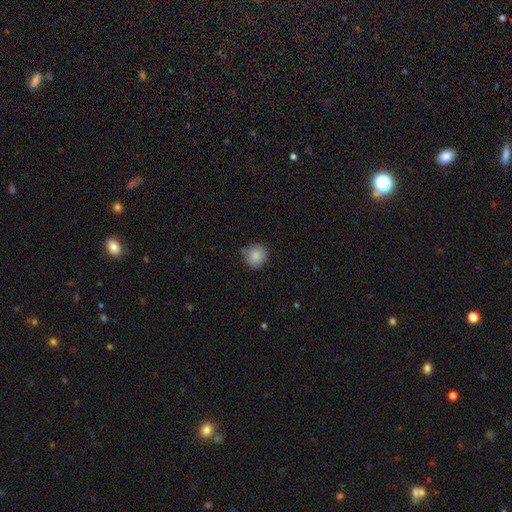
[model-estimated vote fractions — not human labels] Overall: smooth (87%). How rounded: round (88%). Merging: none (82%).